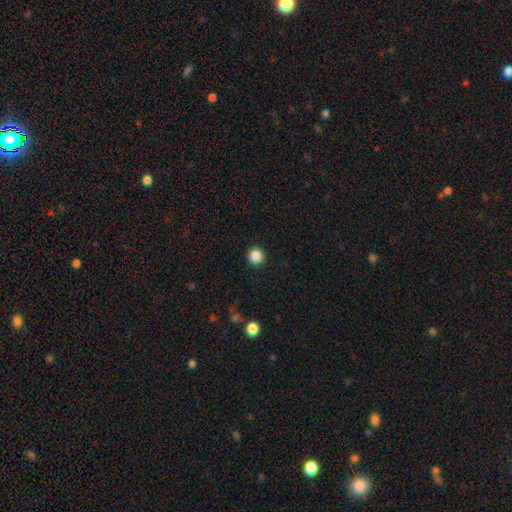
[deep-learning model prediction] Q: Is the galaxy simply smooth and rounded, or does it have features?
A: smooth — 86%.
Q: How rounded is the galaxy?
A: round — 93%.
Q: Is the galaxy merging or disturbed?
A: none — 92%.